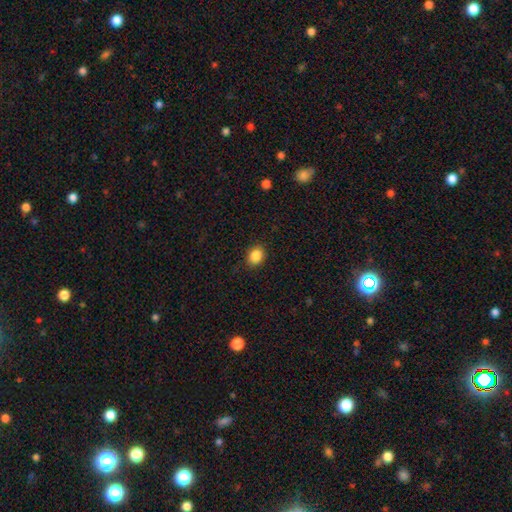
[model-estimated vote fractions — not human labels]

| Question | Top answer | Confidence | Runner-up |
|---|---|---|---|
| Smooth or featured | smooth | 86% | star or artifact (9%) |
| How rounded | in between | 51% | round (49%) |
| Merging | none | 89% | minor disturbance (8%) |